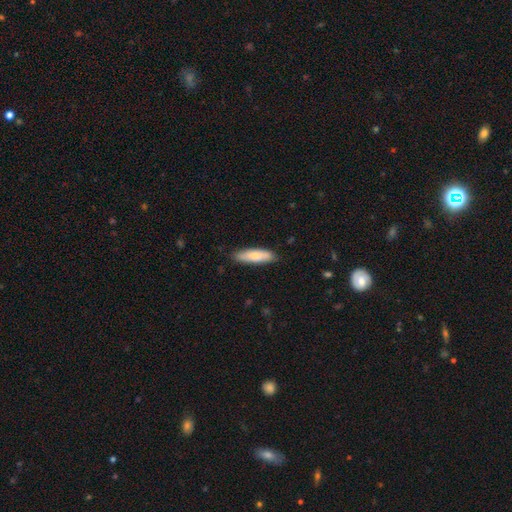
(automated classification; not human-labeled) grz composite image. It shows a smooth galaxy with no disk features (76%) that is cigar-shaped (58%). Merging: none (83%).